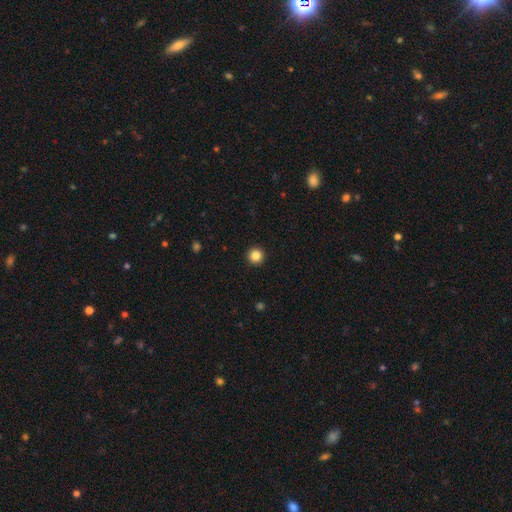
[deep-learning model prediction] The model was most divided on "smooth or featured": smooth: 85%, star or artifact: 11%, featured or disk: 4%. More confident: how rounded — round (96%); merging — none (94%).